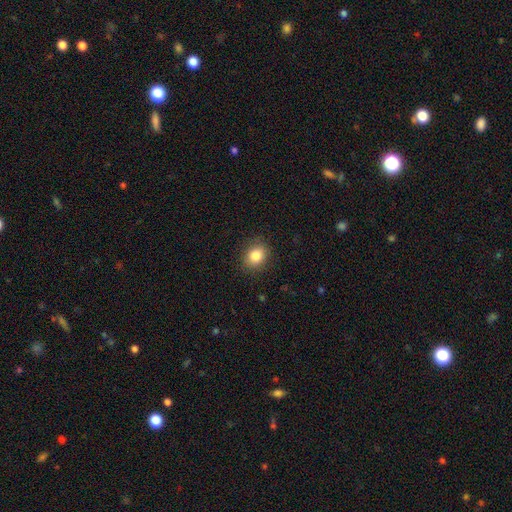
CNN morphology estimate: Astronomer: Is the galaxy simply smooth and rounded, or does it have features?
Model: smooth — 84%.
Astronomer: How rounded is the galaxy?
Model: round — 53% (runner-up: in between, 46%).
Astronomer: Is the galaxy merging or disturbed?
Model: none — 87%.